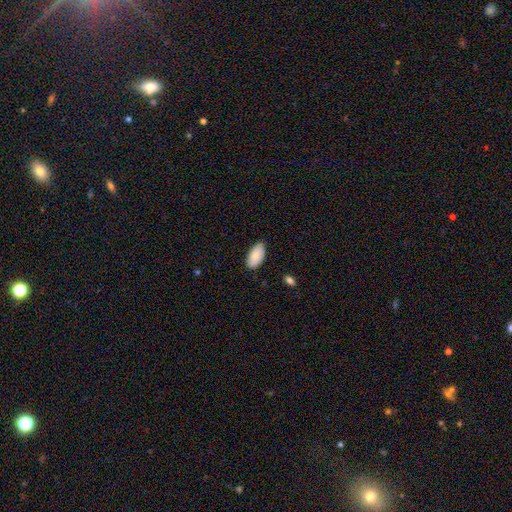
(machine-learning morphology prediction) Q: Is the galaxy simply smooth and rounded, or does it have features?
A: smooth — 87%.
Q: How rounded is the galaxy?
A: in between — 95%.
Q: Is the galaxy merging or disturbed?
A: none — 84%.